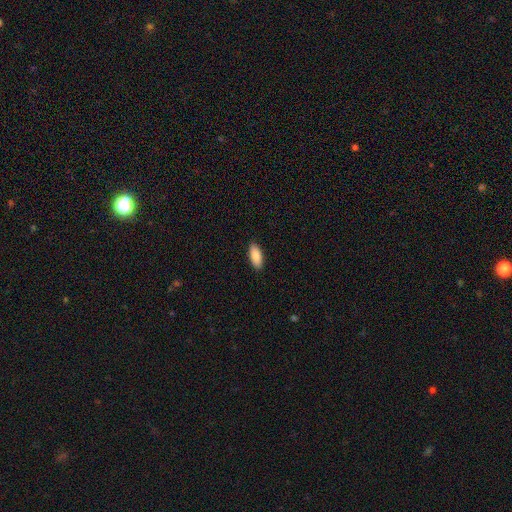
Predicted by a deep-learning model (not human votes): Smooth or featured?
  - smooth: 88% *
  - featured or disk: 6%
  - star or artifact: 6%
How rounded?
  - in between: 87% *
  - cigar-shaped: 11%
  - round: 2%
Merging?
  - none: 89% *
  - minor disturbance: 8%
  - major disturbance: 2%
  - merger: 1%